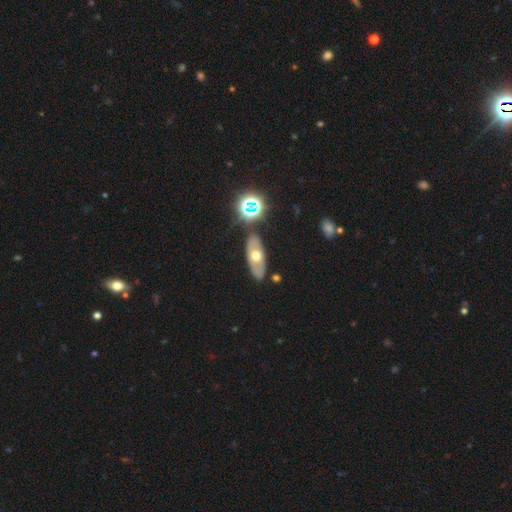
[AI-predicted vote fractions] A featured or disk galaxy (49%). Merging: none (80%).